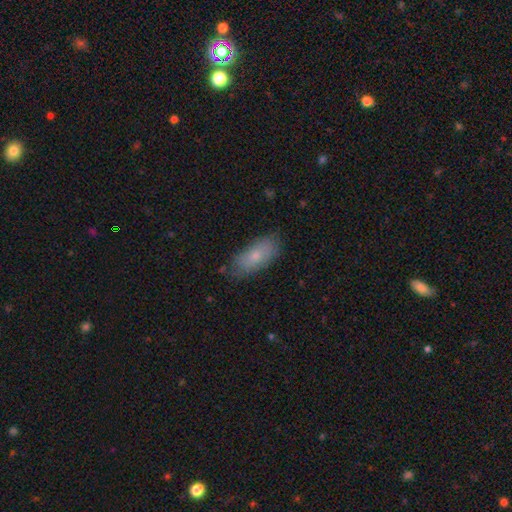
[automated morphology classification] Q: Smooth or featured?
A: smooth (74%); runner-up: featured or disk (19%)
Q: How rounded?
A: in between (84%); runner-up: cigar-shaped (14%)
Q: Merging?
A: none (77%); runner-up: minor disturbance (18%)